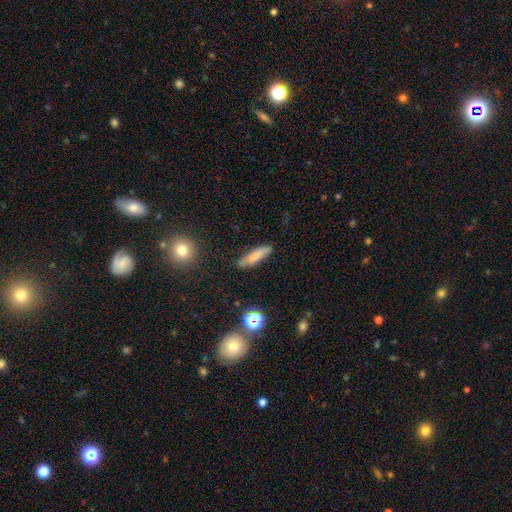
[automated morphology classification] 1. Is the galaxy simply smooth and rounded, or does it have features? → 77% smooth, 13% featured or disk, 9% star or artifact.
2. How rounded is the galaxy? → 76% cigar-shaped, 22% in between, 2% round.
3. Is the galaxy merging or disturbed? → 82% none, 13% minor disturbance, 3% major disturbance, 2% merger.